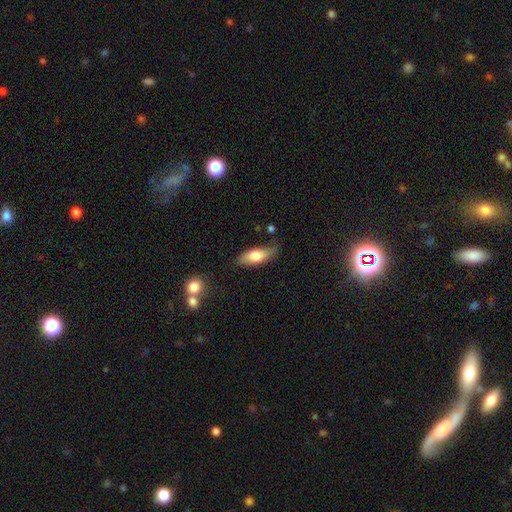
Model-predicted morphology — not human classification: This appears to be a smooth galaxy with no disk features (71%) that is in between round and cigar-shaped (71%). Merging: none (74%).